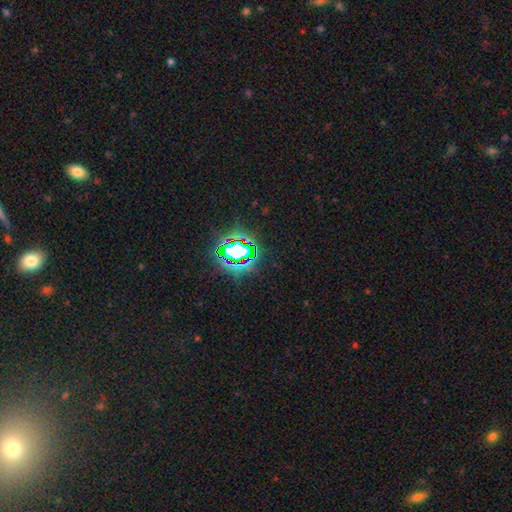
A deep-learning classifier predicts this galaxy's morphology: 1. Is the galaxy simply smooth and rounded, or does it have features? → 80% star or artifact, 12% smooth, 8% featured or disk.